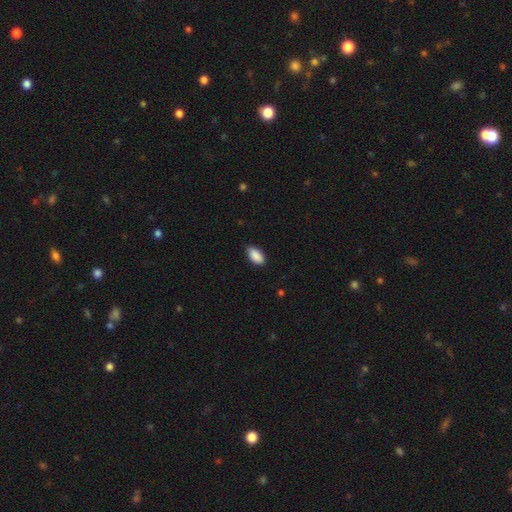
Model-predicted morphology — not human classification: type=smooth (90%); roundness=in between (94%); merging=none (86%).